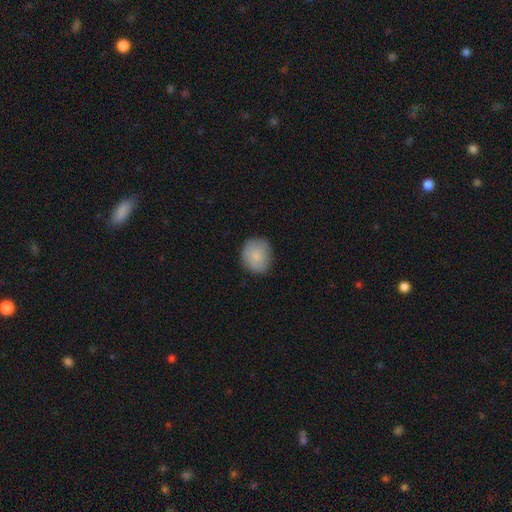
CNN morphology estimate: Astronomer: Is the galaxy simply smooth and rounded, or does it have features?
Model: smooth — 84%.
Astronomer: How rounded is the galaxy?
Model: round — 65%.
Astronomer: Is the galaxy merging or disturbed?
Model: none — 81%.